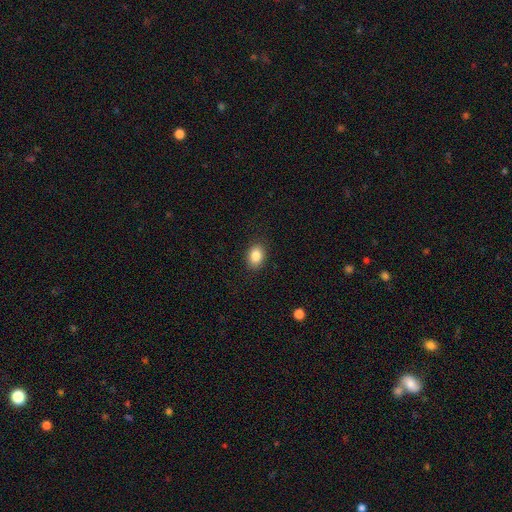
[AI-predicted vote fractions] Q: Smooth or featured?
A: smooth (86%); runner-up: star or artifact (8%)
Q: How rounded?
A: in between (75%); runner-up: round (24%)
Q: Merging?
A: none (88%); runner-up: minor disturbance (9%)